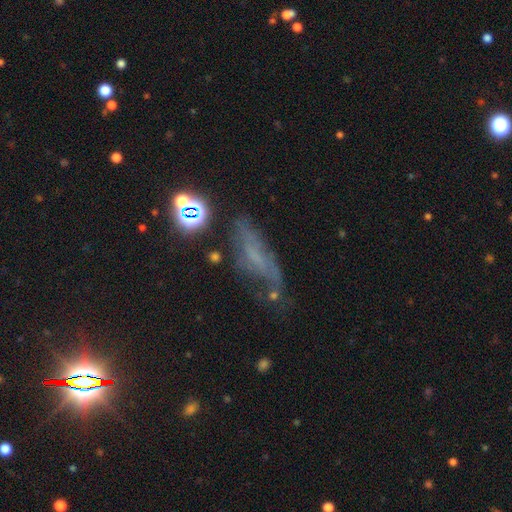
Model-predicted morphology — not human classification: A featured or disk galaxy (42%). Merging: none (46%).